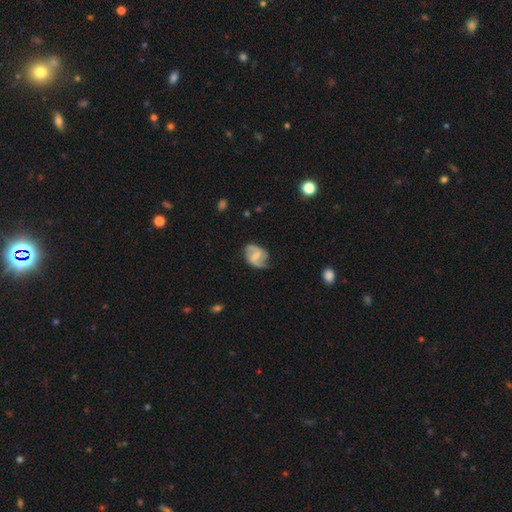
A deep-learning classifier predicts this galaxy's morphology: Overall: featured or disk (76%). Edge-on disk: no (98%). Bar: weak (53%; strong 25%). Spiral arms: yes (92%). Spiral arm count: 2 (89%). Spiral winding: medium (45%; loose 38%). Bulge size: small (45%; moderate 33%). Merging: none (73%).